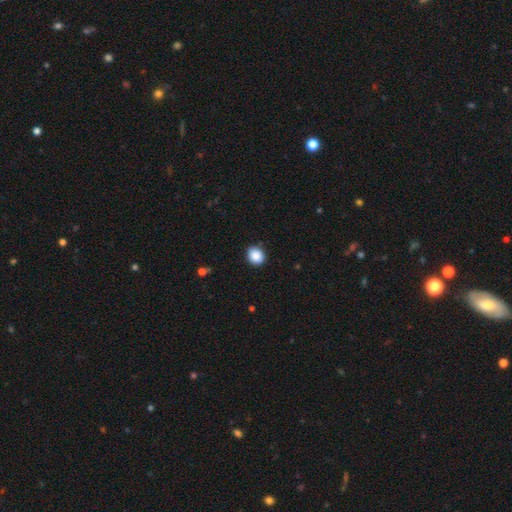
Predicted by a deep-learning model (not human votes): This appears to be a smooth galaxy with no disk features (88%) that is round (68%). Merging: none (88%).